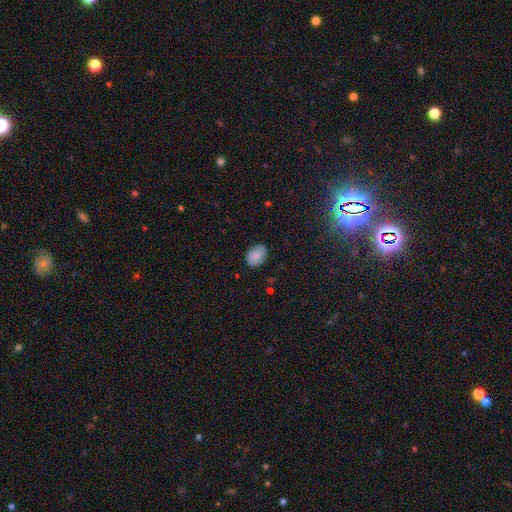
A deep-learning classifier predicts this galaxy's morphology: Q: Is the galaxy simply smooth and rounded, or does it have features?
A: smooth — 81%.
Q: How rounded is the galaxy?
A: in between — 65%.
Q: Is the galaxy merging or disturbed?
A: none — 77%.